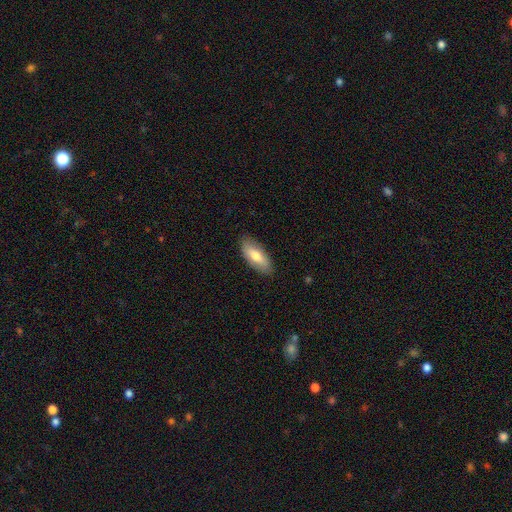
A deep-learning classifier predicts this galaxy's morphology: Q: Smooth or featured?
A: smooth (69%); runner-up: featured or disk (25%)
Q: How rounded?
A: in between (82%); runner-up: cigar-shaped (16%)
Q: Merging?
A: none (85%); runner-up: minor disturbance (11%)